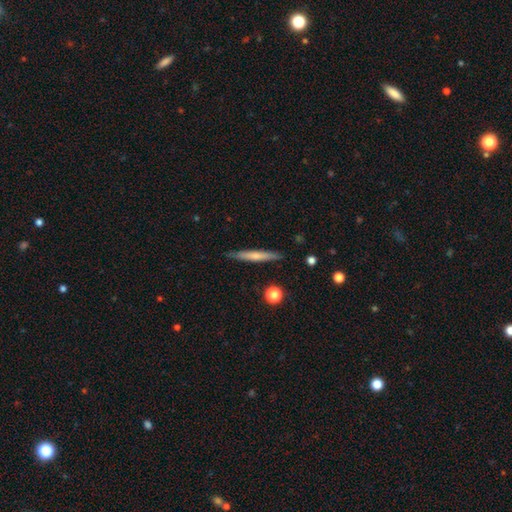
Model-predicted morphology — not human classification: This is possibly a smooth galaxy (59%). How rounded: clearly cigar-shaped (95%). Merging: clearly none (87%).